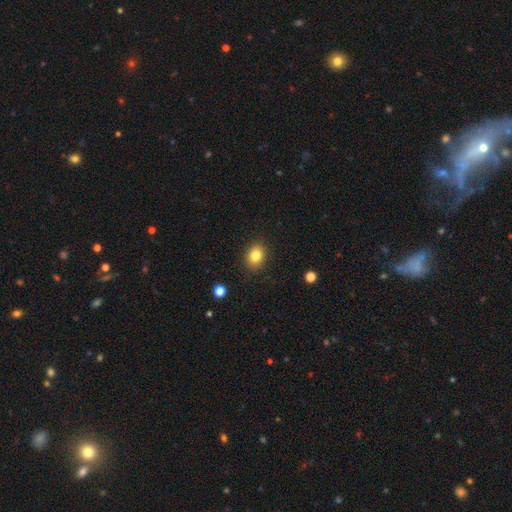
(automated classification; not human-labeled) smooth 83%, star or artifact 10%, featured or disk 7%. Down the decision tree: how rounded — in between (54%); merging — none (88%).